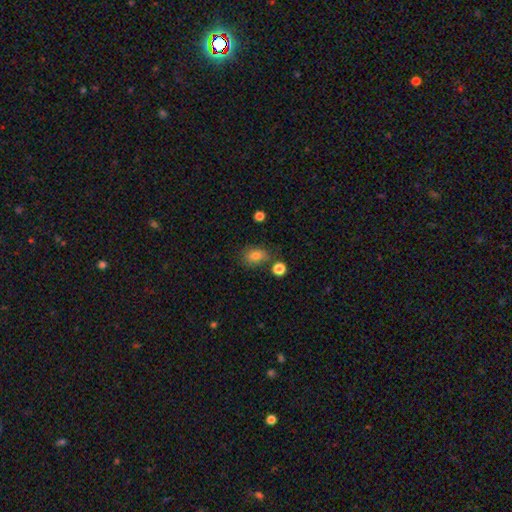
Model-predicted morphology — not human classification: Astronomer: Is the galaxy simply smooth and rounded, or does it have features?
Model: smooth — 81%.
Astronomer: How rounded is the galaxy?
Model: in between — 73%.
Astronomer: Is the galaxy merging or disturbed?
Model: none — 70%.